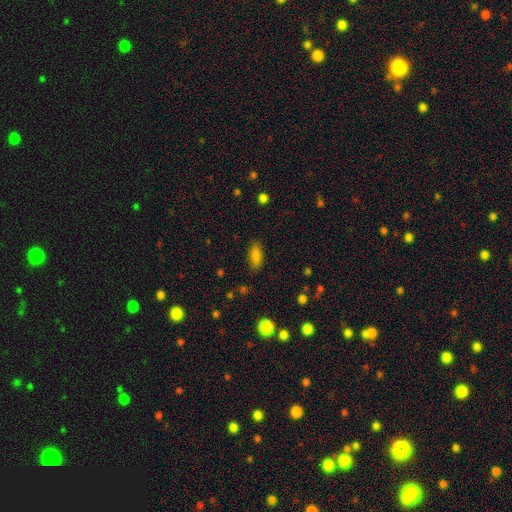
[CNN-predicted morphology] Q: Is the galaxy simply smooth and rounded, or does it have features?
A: smooth — 82%.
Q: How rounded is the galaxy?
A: in between — 80%.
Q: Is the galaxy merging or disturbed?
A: none — 84%.